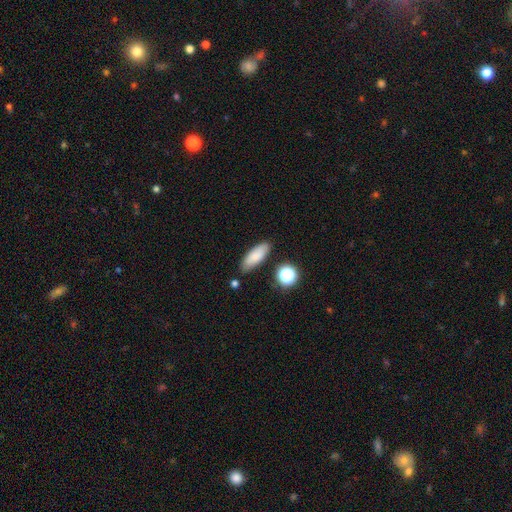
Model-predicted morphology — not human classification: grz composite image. It shows a smooth galaxy with no disk features (82%) that is in between round and cigar-shaped (64%). Merging: none (82%).